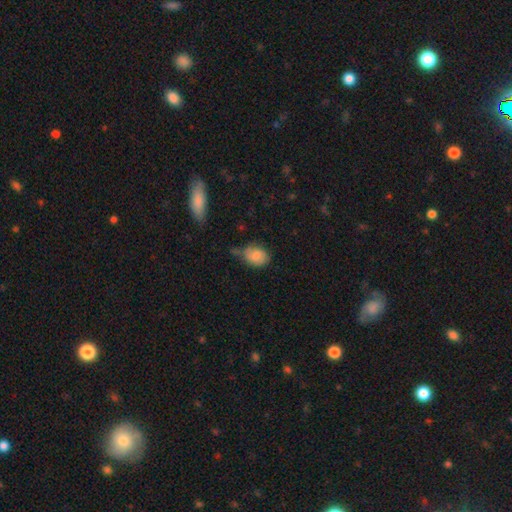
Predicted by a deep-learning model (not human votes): smooth 79%, featured or disk 13%, star or artifact 8%. Down the decision tree: how rounded — in between (66%); merging — none (49%).